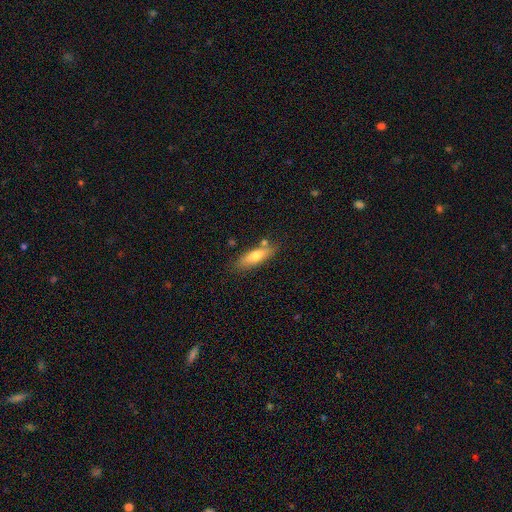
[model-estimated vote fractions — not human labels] Smooth or featured?
  - smooth: 68% *
  - featured or disk: 25%
  - star or artifact: 7%
How rounded?
  - cigar-shaped: 50% *
  - in between: 48%
  - round: 2%
Merging?
  - none: 75% *
  - minor disturbance: 15%
  - merger: 7%
  - major disturbance: 3%